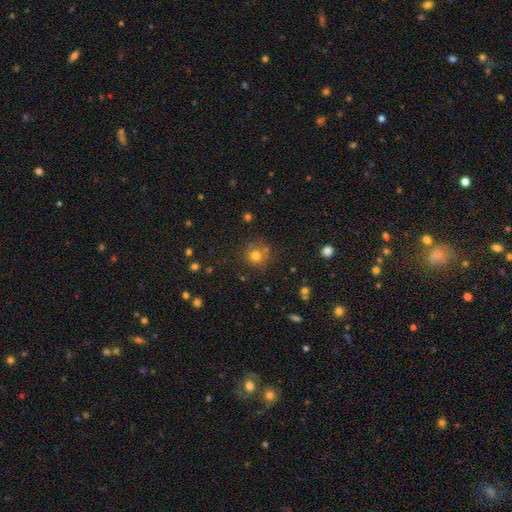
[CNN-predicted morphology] A smooth galaxy with no disk features (74%) that is round (89%).

Vote fractions:
- Smooth or featured? smooth: 74% / star or artifact: 17% / featured or disk: 9%
- How rounded? round: 89% / in between: 10% / cigar-shaped: 1%
- Merging? none: 70% / minor disturbance: 15% / merger: 9% / major disturbance: 6%